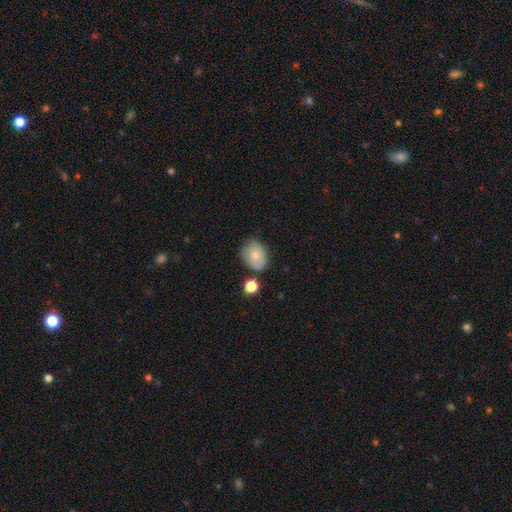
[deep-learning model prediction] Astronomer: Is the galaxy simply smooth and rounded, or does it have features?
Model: smooth — 73%.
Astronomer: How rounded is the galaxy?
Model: in between — 57% (runner-up: round, 42%).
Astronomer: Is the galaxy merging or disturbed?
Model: none — 61%.